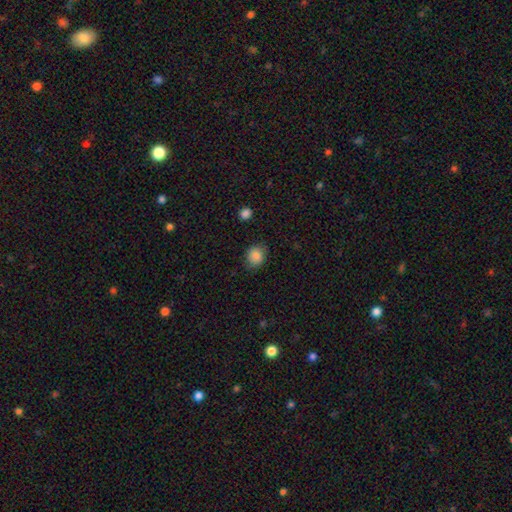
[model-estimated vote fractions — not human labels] Overall: smooth (86%). How rounded: round (72%). Merging: none (79%).